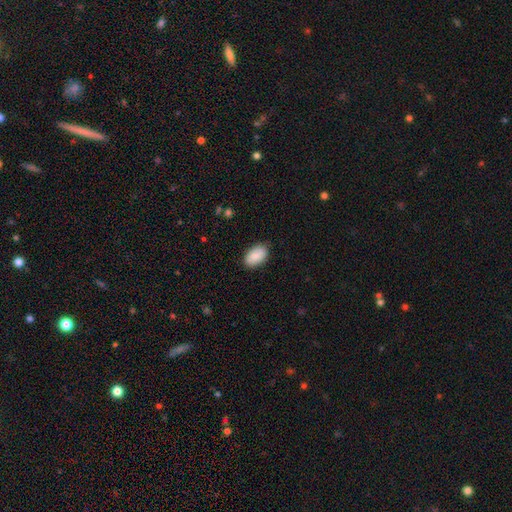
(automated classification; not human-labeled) Smooth or featured: smooth — 88% (star or artifact — 6%)
How rounded: in between — 94% (round — 5%)
Merging: none — 86% (minor disturbance — 11%)